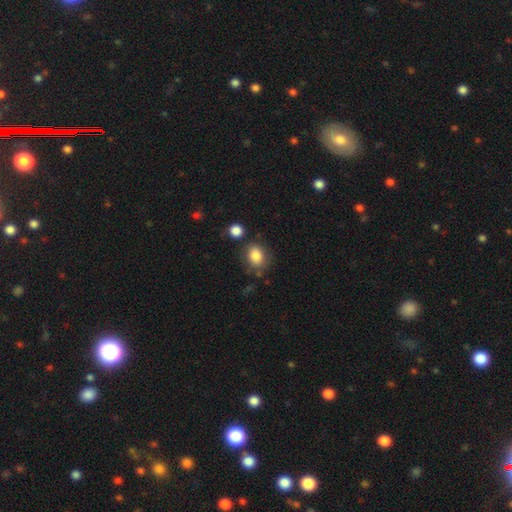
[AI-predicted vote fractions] Morphology: type=smooth (84%); roundness=in between (56%); merging=none (70%).